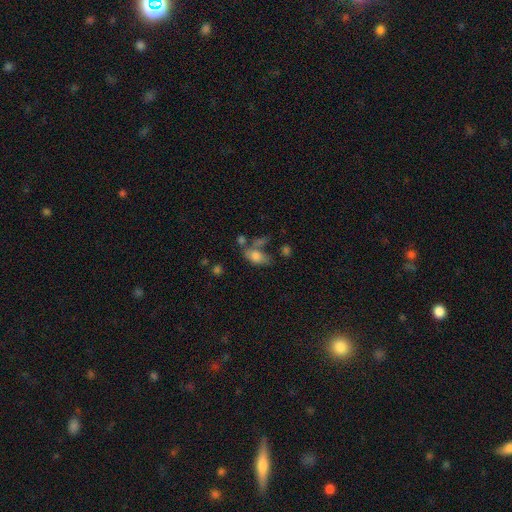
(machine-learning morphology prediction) Smooth or featured? smooth (75%)
How rounded? in between (88%)
Merging? none (38%)